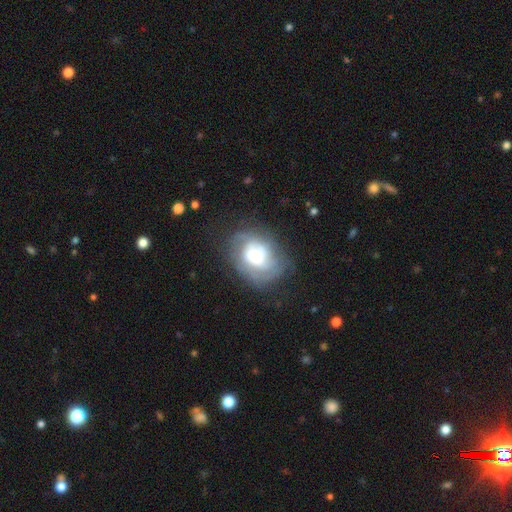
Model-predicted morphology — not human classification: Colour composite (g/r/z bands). It shows a featured or disk galaxy (63%) with no bar (69%), spiral arms (76%) and a large central bulge (35%). Merging: none (54%).